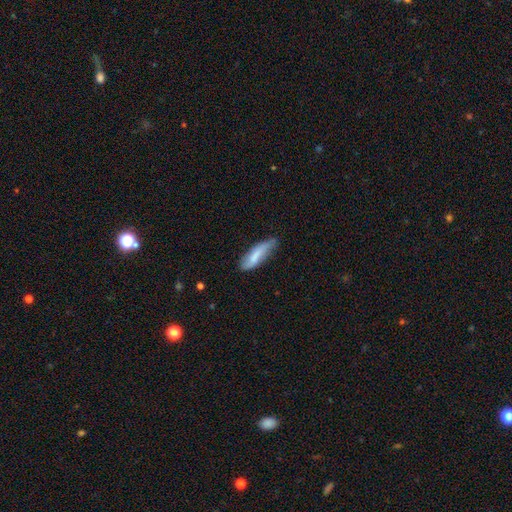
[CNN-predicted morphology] smooth_or_featured: smooth (p=0.71) [alt: featured or disk p=0.23]
how_rounded: cigar-shaped (p=0.52) [alt: in between p=0.46]
merging: none (p=0.50) [alt: minor disturbance p=0.38]